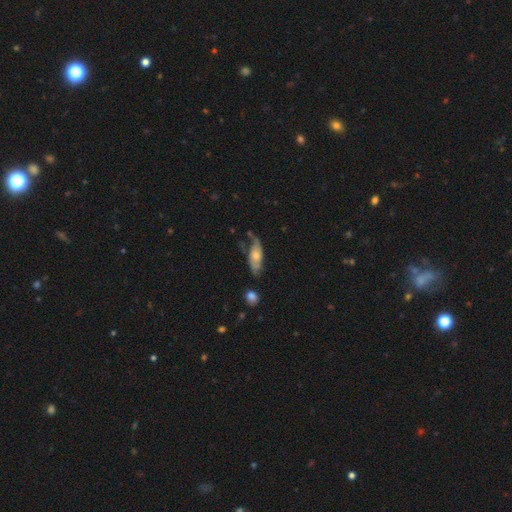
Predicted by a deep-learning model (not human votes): Morphology: type=featured or disk (48%); merging=none (43%).